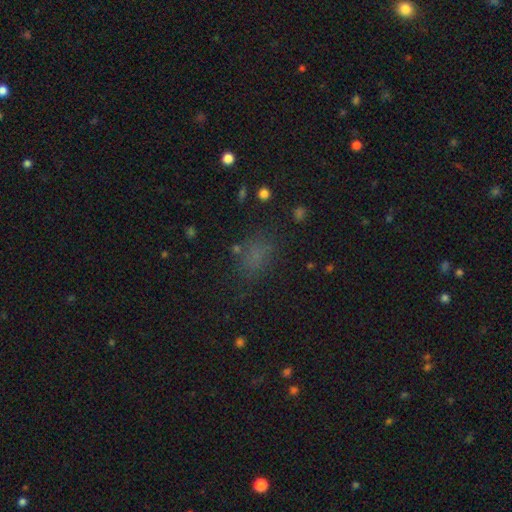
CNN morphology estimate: A smooth galaxy with no disk features (67%) that is in between round and cigar-shaped (75%).

Vote fractions:
- Smooth or featured? smooth: 67% / star or artifact: 25% / featured or disk: 9%
- How rounded? in between: 75% / round: 21% / cigar-shaped: 4%
- Merging? none: 70% / minor disturbance: 17% / major disturbance: 10% / merger: 3%